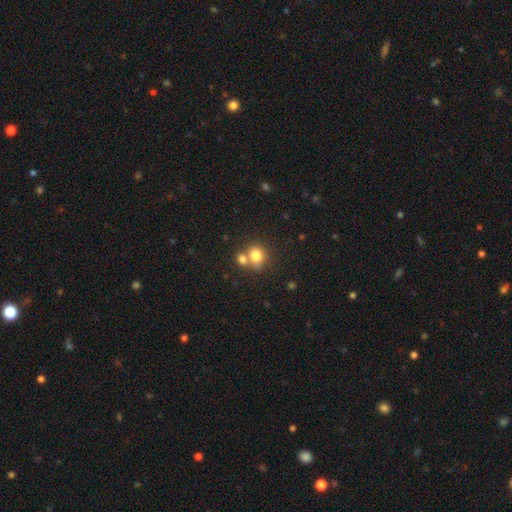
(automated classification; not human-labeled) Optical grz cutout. It shows a smooth galaxy with no disk features (79%) that is round (63%). Merging: none (45%).